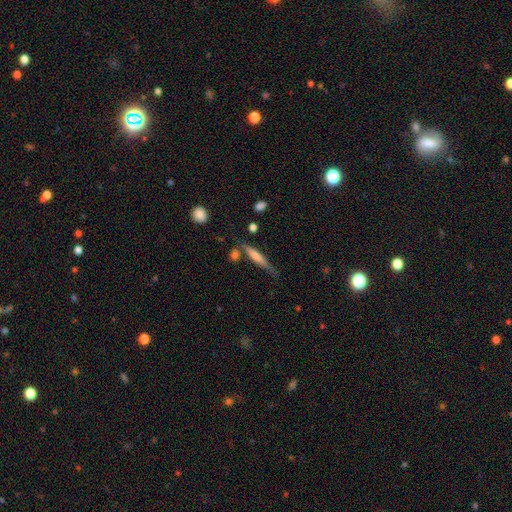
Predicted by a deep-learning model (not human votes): smooth_or_featured: featured or disk (p=0.50) [alt: smooth p=0.42]
disk_edge_on: yes (p=0.94) [alt: no p=0.06]
merging: none (p=0.70) [alt: minor disturbance p=0.18]